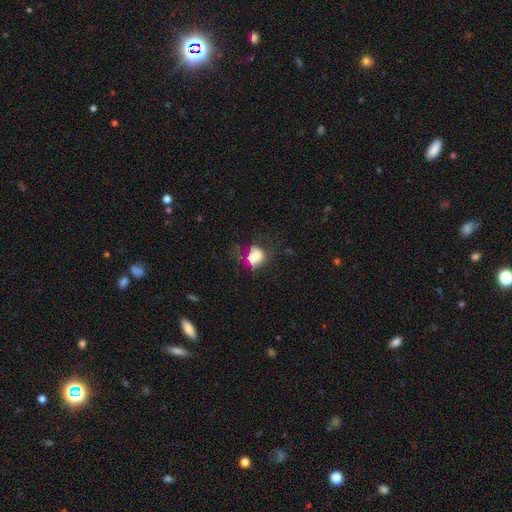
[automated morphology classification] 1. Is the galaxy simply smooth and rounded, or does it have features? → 65% smooth, 23% featured or disk, 13% star or artifact.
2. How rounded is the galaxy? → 51% in between, 47% round, 2% cigar-shaped.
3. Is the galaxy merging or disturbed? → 35% none, 25% major disturbance, 25% minor disturbance, 15% merger.